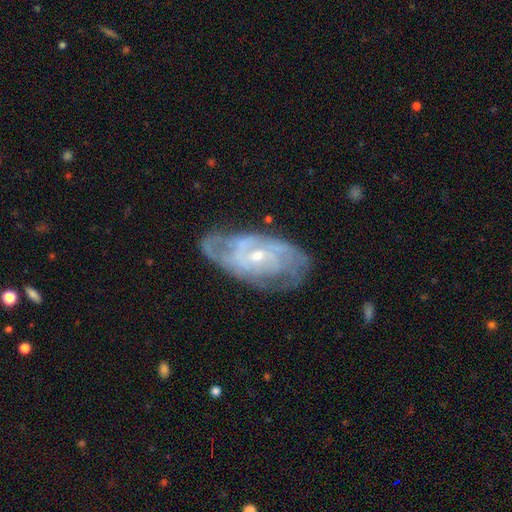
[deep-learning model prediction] featured or disk 82%, smooth 11%, star or artifact 6%. Down the decision tree: edge-on disk — no (94%); bar — no (60%); spiral arms — yes (89%); spiral arm count — can't tell (42%); spiral winding — tight (55%); bulge size — small (63%); merging — none (66%).